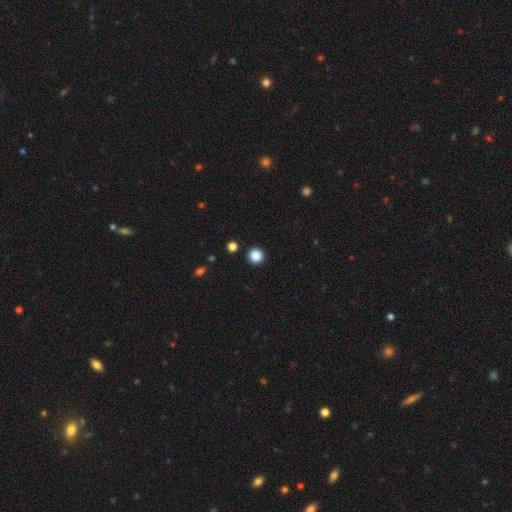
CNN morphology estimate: smooth 87%, star or artifact 11%, featured or disk 3%. Down the decision tree: how rounded — round (95%); merging — none (92%).